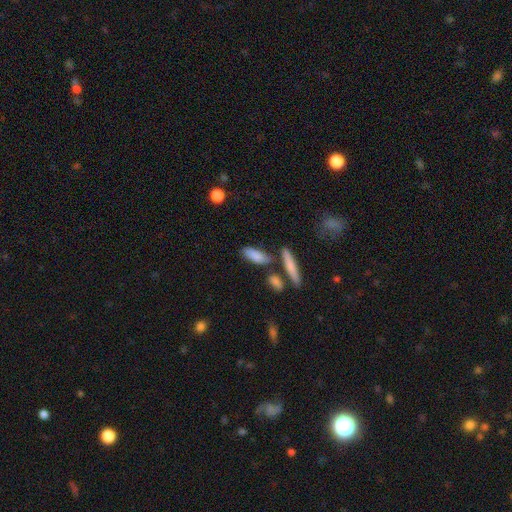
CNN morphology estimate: Smooth or featured? smooth (82%)
How rounded? in between (62%)
Merging? none (65%)